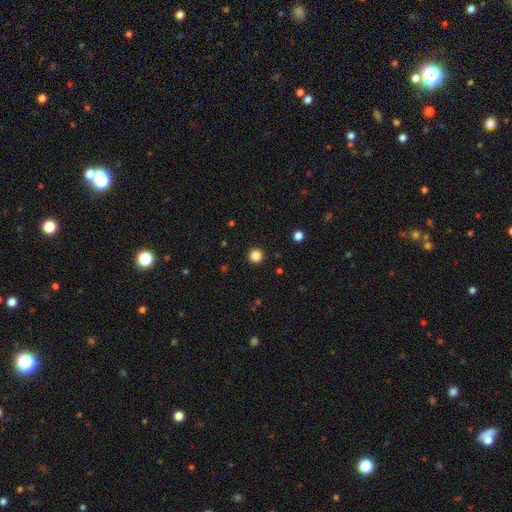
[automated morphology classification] smooth_or_featured: smooth (p=0.86) [alt: star or artifact p=0.12]
how_rounded: round (p=0.96) [alt: in between p=0.03]
merging: none (p=0.93) [alt: minor disturbance p=0.04]